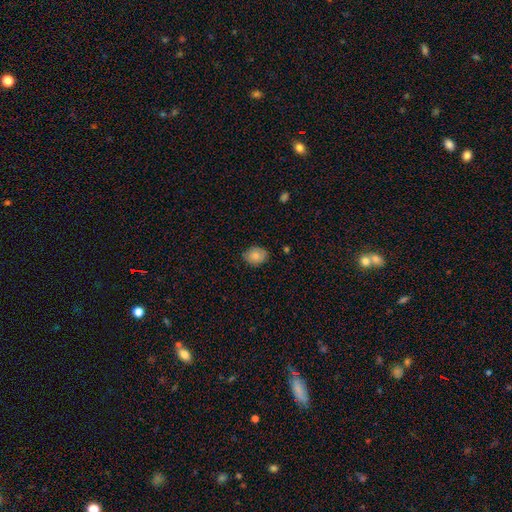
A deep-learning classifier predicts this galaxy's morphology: Smooth or featured?
  - smooth: 83% *
  - featured or disk: 9%
  - star or artifact: 8%
How rounded?
  - in between: 57% *
  - round: 42%
  - cigar-shaped: 1%
Merging?
  - none: 83% *
  - minor disturbance: 13%
  - major disturbance: 2%
  - merger: 1%